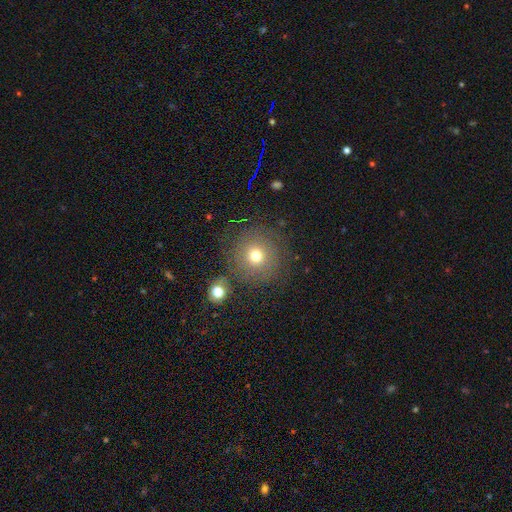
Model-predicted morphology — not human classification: This is likely a smooth galaxy (66%). How rounded: clearly round (92%). Merging: likely none (80%).